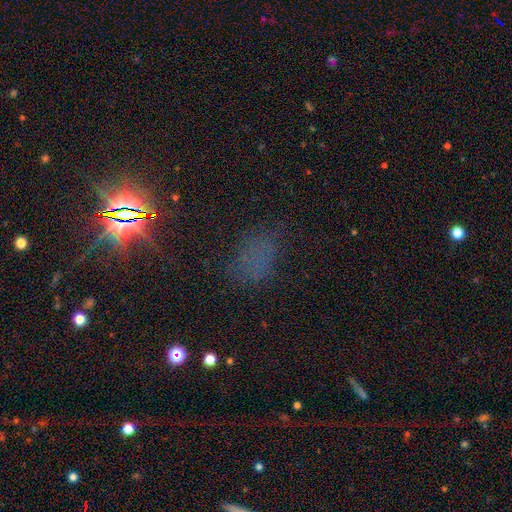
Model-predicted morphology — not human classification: Smooth or featured?
  - star or artifact: 54% *
  - smooth: 36%
  - featured or disk: 10%